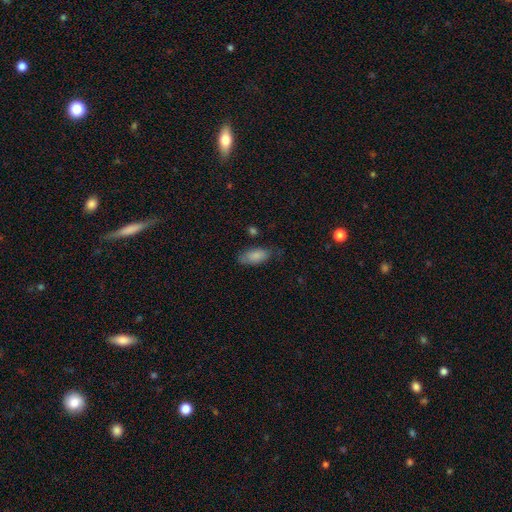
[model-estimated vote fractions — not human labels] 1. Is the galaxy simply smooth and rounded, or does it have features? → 85% smooth, 9% featured or disk, 7% star or artifact.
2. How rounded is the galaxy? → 89% in between, 8% cigar-shaped, 2% round.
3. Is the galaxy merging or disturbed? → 67% none, 24% minor disturbance, 6% major disturbance, 3% merger.